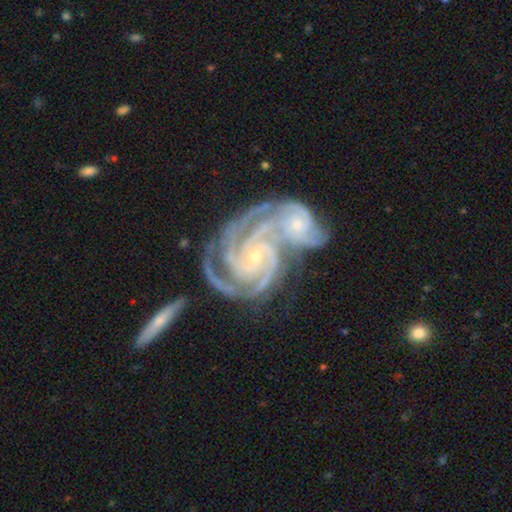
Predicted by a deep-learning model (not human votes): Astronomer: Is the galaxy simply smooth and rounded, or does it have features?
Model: featured or disk — 93%.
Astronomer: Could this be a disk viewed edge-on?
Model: no — 97%.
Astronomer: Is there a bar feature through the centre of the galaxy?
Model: no — 57%.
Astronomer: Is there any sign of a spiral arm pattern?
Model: yes — 99%.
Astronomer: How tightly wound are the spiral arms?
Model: tight — 76%.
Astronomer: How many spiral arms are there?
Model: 3 — 43% (runner-up: 4, 20%).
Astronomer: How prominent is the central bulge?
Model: small — 76%.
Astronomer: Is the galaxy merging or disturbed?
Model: merger — 56%.